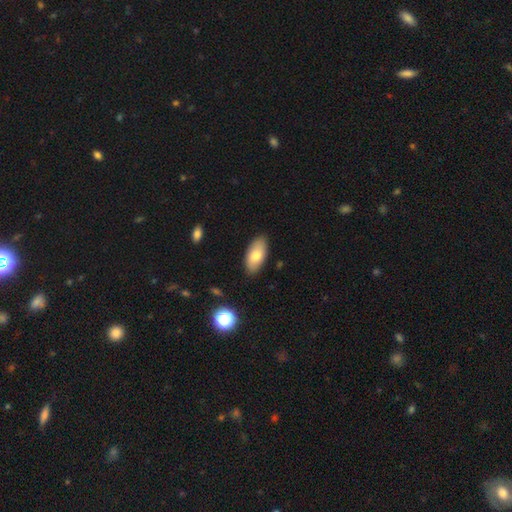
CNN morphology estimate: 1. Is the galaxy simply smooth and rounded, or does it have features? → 76% smooth, 17% featured or disk, 6% star or artifact.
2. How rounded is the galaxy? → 93% in between, 5% cigar-shaped, 3% round.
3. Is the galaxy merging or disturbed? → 86% none, 11% minor disturbance, 2% major disturbance, 1% merger.